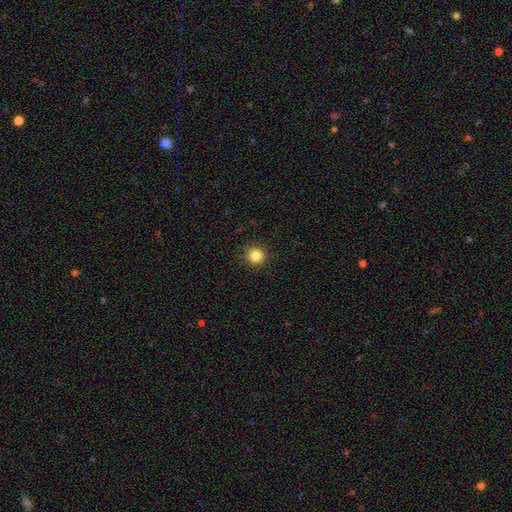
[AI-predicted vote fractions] Smooth or featured?
  - smooth: 85% *
  - star or artifact: 11%
  - featured or disk: 4%
How rounded?
  - round: 94% *
  - in between: 5%
  - cigar-shaped: 1%
Merging?
  - none: 91% *
  - minor disturbance: 6%
  - major disturbance: 2%
  - merger: 1%